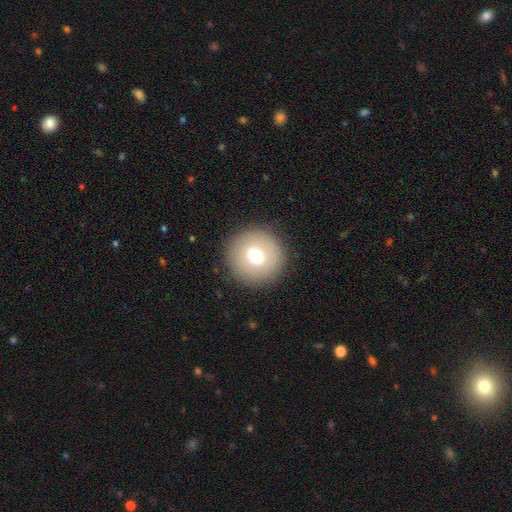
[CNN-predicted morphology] type=smooth (70%); roundness=round (95%); merging=none (90%).